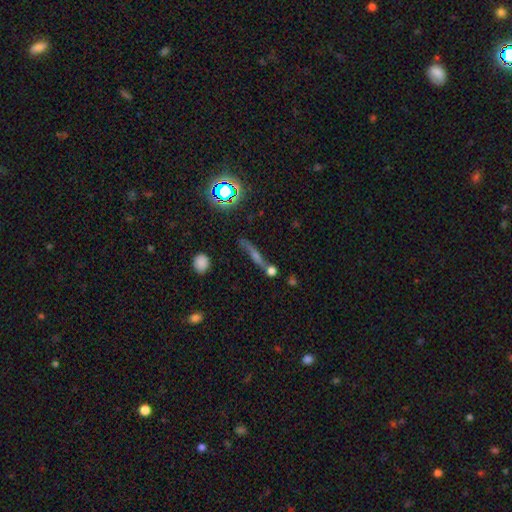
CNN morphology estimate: The model was most divided on "smooth or featured": featured or disk: 49%, smooth: 27%, star or artifact: 24%. More confident: merging — none (63%).